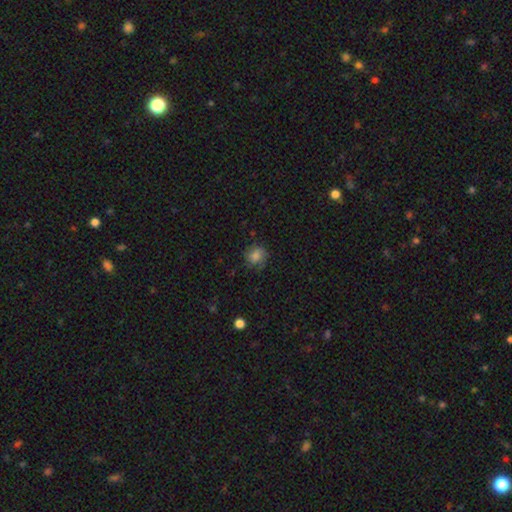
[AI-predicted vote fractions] A smooth galaxy with no disk features (73%) that is round (77%).

Vote fractions:
- Smooth or featured? smooth: 73% / featured or disk: 16% / star or artifact: 10%
- How rounded? round: 77% / in between: 22% / cigar-shaped: 1%
- Merging? none: 70% / minor disturbance: 21% / major disturbance: 8% / merger: 1%